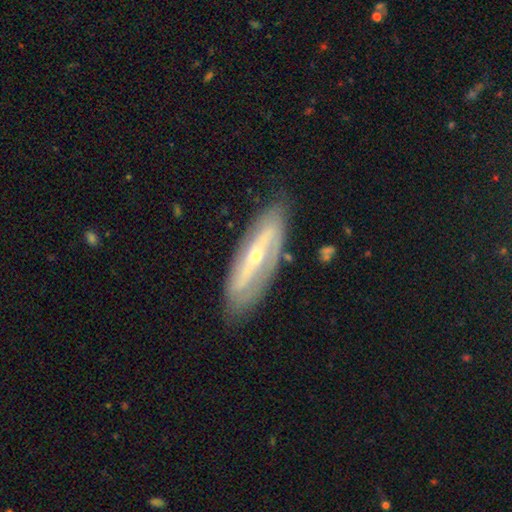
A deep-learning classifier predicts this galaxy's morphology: smooth-or-featured: featured or disk: 81% | smooth: 14% | star or artifact: 5%
  disk-edge-on: no: 77% | yes: 23%
    bar: strong: 47% | no: 27% | weak: 25%
    has-spiral-arms: yes: 78% | no: 22%
    bulge-size: small: 64% | moderate: 33% | large: 1% | none: 1% | dominant: 1%
  merging: none: 80% | minor disturbance: 15% | major disturbance: 4% | merger: 2%